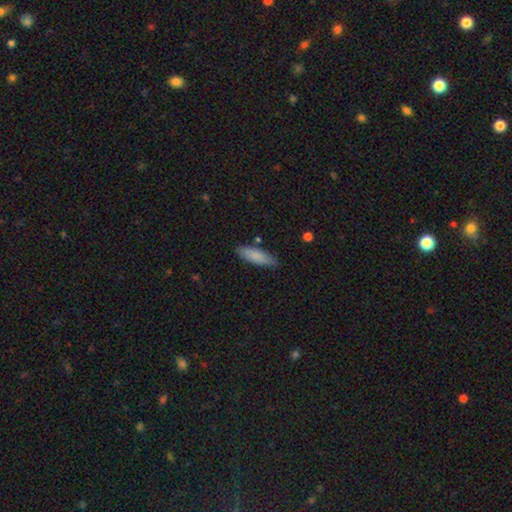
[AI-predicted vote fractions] A smooth galaxy with no disk features (83%) that is cigar-shaped (52%). Merging: none (80%).